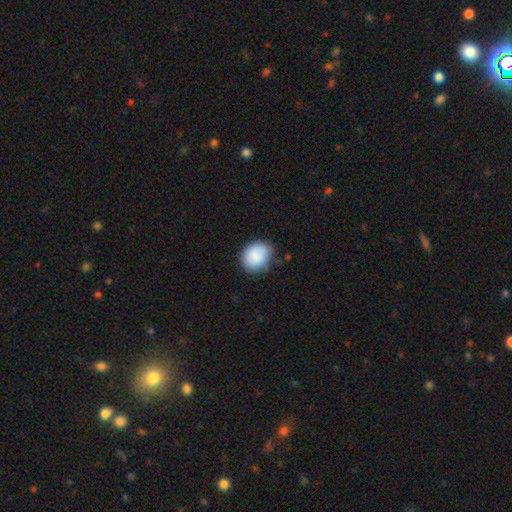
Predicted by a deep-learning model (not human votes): Q: Smooth or featured?
A: smooth (88%); runner-up: star or artifact (7%)
Q: How rounded?
A: round (57%); runner-up: in between (42%)
Q: Merging?
A: none (78%); runner-up: minor disturbance (17%)